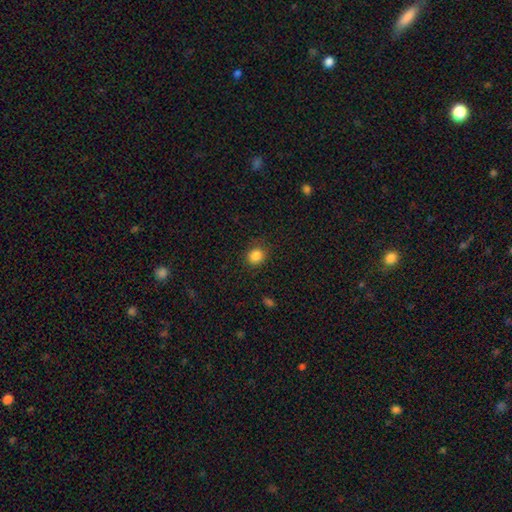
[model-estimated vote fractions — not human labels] Q: Smooth or featured?
A: smooth (85%); runner-up: star or artifact (11%)
Q: How rounded?
A: round (76%); runner-up: in between (23%)
Q: Merging?
A: none (86%); runner-up: minor disturbance (10%)